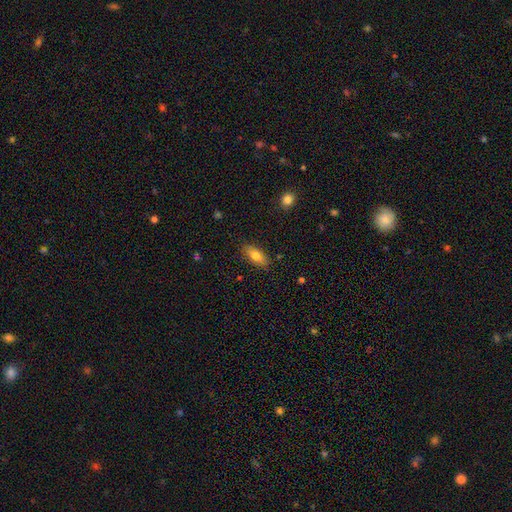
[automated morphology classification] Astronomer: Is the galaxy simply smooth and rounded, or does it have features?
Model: smooth — 77%.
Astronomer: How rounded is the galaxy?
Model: in between — 82%.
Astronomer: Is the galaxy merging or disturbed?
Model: none — 85%.